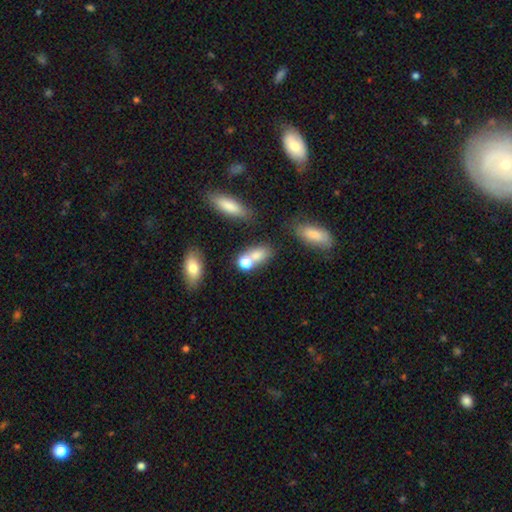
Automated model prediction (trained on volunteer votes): Smooth or featured? Predicted: smooth (p=0.74). How rounded? Predicted: in between (p=0.66). Merging? Predicted: merger (p=0.43).